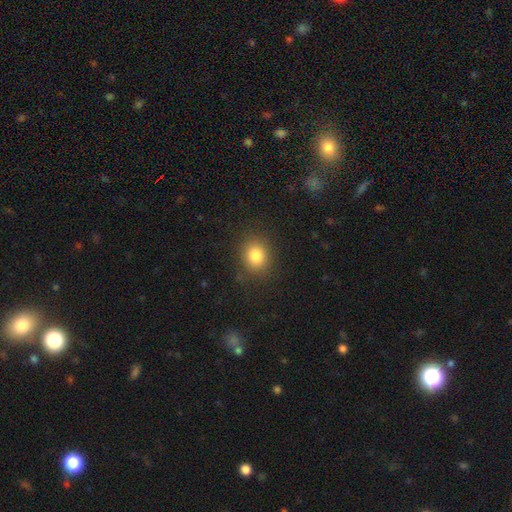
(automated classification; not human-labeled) Q: Smooth or featured?
A: smooth (82%); runner-up: star or artifact (11%)
Q: How rounded?
A: round (72%); runner-up: in between (27%)
Q: Merging?
A: none (86%); runner-up: minor disturbance (9%)